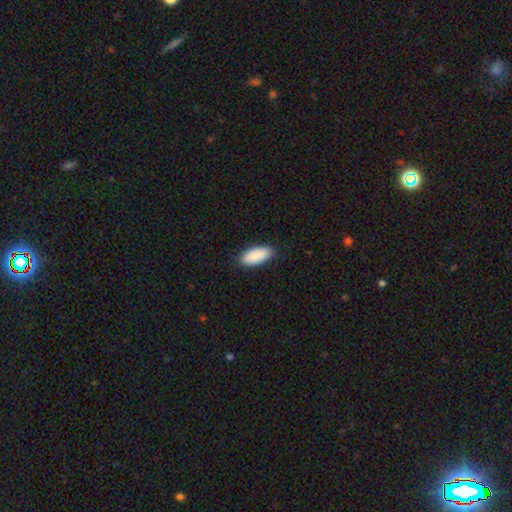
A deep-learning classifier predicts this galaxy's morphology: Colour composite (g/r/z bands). It shows a smooth galaxy with no disk features (91%) that is in between round and cigar-shaped (90%). Merging: none (88%).